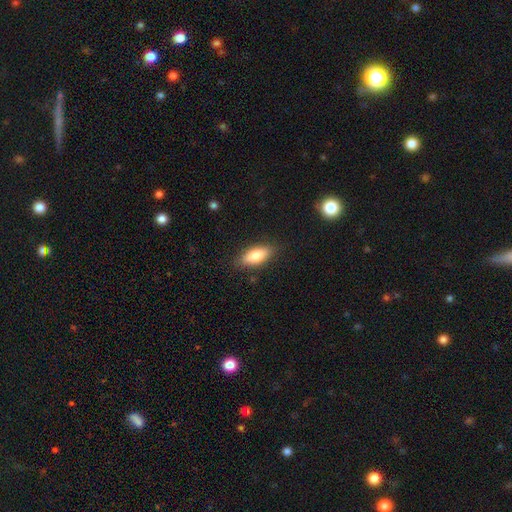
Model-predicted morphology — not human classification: smooth 79%, featured or disk 14%, star or artifact 7%. Down the decision tree: how rounded — in between (78%); merging — none (85%).